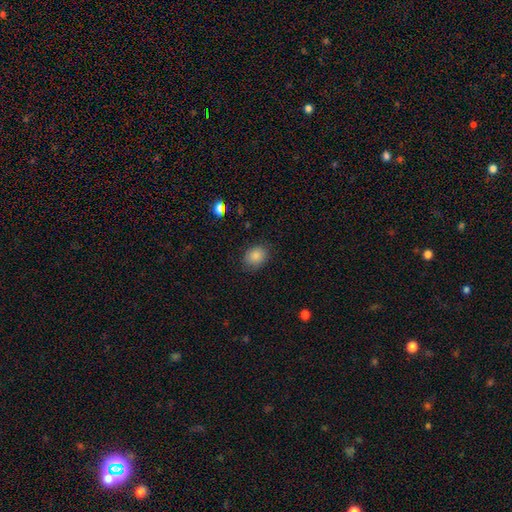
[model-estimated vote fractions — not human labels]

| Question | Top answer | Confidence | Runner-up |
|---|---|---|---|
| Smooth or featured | smooth | 86% | star or artifact (9%) |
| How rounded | in between | 54% | round (45%) |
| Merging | none | 81% | minor disturbance (15%) |